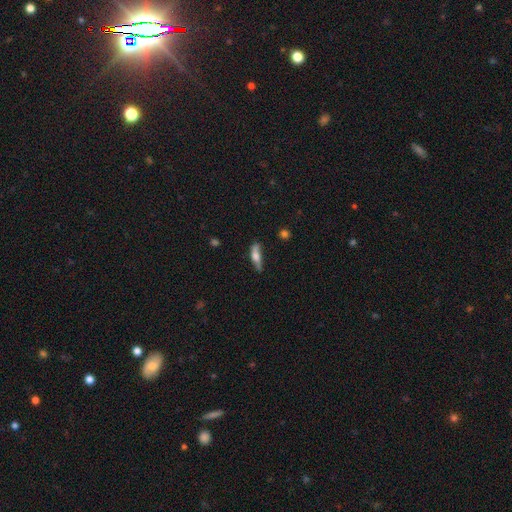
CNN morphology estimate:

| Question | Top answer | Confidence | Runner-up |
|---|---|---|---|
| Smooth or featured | smooth | 54% | featured or disk (38%) |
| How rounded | cigar-shaped | 60% | in between (37%) |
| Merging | none | 58% | minor disturbance (28%) |